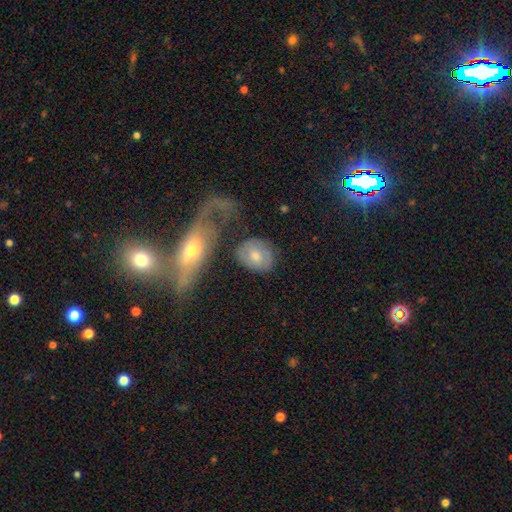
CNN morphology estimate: smooth-or-featured: smooth: 61% | featured or disk: 32% | star or artifact: 6%
  how-rounded: in between: 55% | round: 43% | cigar-shaped: 2%
  merging: none: 67% | minor disturbance: 17% | merger: 9% | major disturbance: 8%